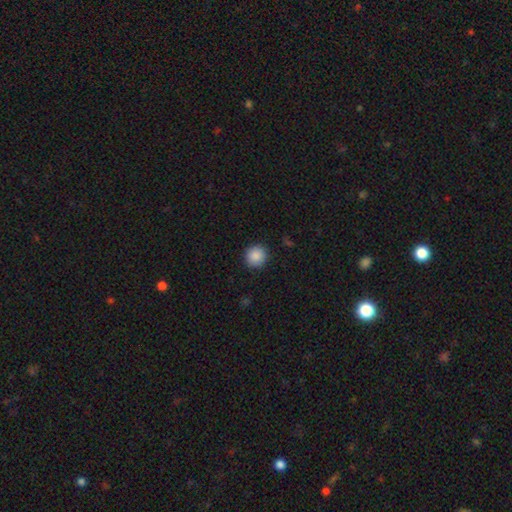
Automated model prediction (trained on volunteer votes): This appears to be a smooth galaxy with no disk features (89%) that is round (93%). Merging: none (91%).